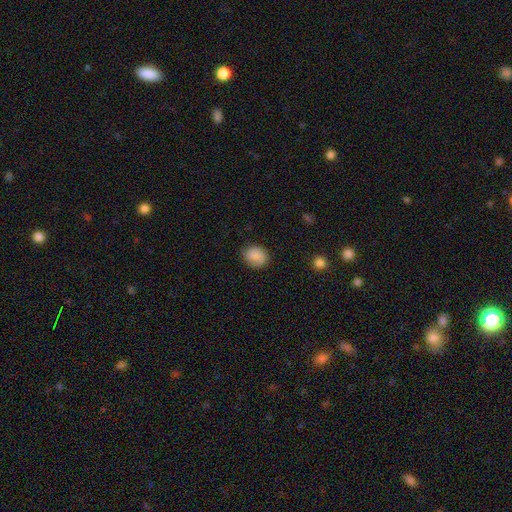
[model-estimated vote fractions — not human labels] smooth-or-featured: smooth: 87% | star or artifact: 8% | featured or disk: 5%
  how-rounded: round: 62% | in between: 37% | cigar-shaped: 1%
  merging: none: 81% | minor disturbance: 15% | major disturbance: 3% | merger: 1%